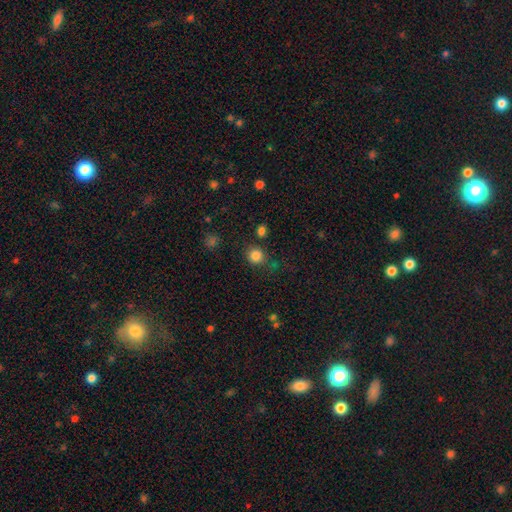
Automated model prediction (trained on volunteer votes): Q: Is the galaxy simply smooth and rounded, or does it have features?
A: smooth — 82%.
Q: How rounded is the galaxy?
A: round — 87%.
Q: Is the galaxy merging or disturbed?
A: none — 77%.